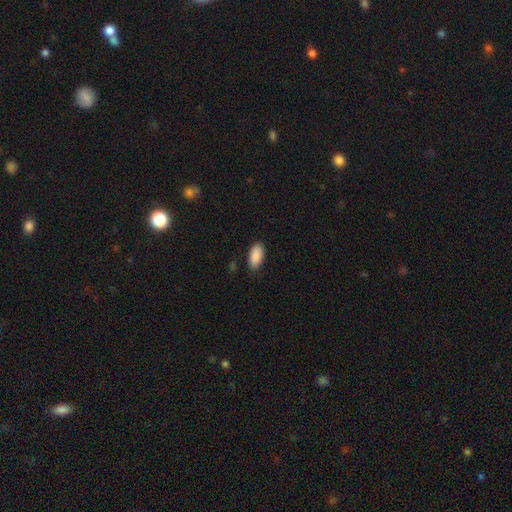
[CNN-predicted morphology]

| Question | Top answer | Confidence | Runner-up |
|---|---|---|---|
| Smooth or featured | smooth | 91% | star or artifact (6%) |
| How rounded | in between | 92% | cigar-shaped (6%) |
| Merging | none | 86% | minor disturbance (11%) |